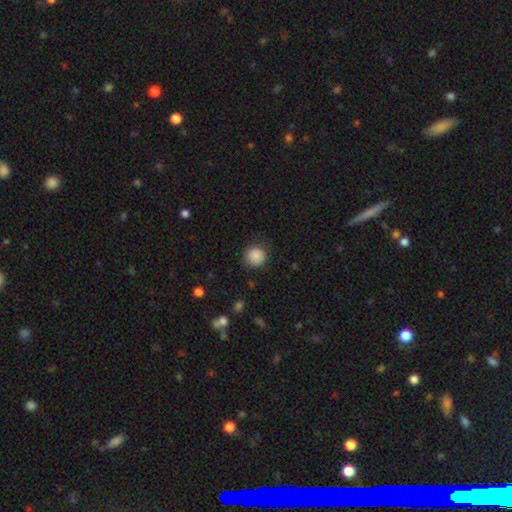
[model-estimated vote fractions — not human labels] Smooth or featured?
  - smooth: 88% *
  - star or artifact: 9%
  - featured or disk: 4%
How rounded?
  - round: 93% *
  - in between: 6%
  - cigar-shaped: 1%
Merging?
  - none: 83% *
  - minor disturbance: 12%
  - major disturbance: 4%
  - merger: 1%